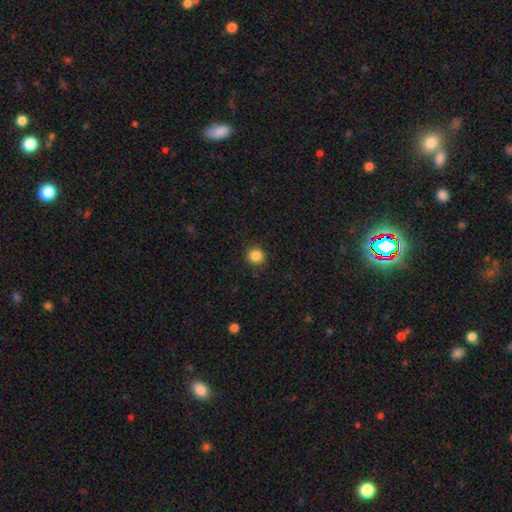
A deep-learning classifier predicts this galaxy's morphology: A smooth galaxy with no disk features (86%) that is round (91%).

Vote fractions:
- Smooth or featured? smooth: 86% / star or artifact: 10% / featured or disk: 4%
- How rounded? round: 91% / in between: 8% / cigar-shaped: 1%
- Merging? none: 90% / minor disturbance: 7% / major disturbance: 2% / merger: 1%